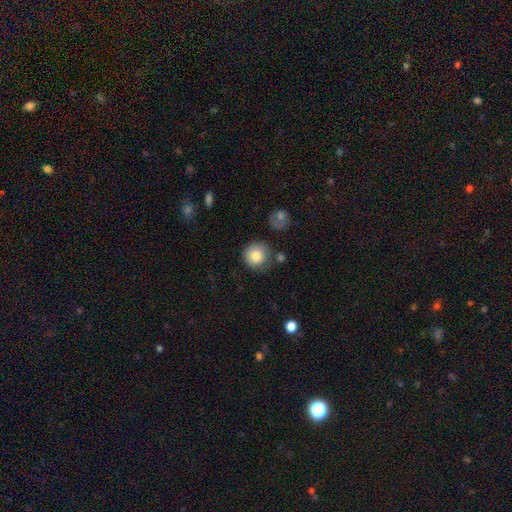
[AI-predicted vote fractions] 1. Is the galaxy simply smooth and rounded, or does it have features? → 82% smooth, 9% featured or disk, 9% star or artifact.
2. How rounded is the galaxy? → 92% round, 7% in between, 1% cigar-shaped.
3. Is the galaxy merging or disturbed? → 73% none, 17% minor disturbance, 6% merger, 5% major disturbance.